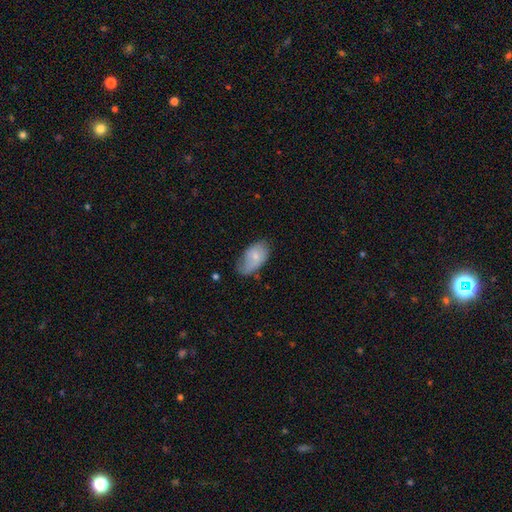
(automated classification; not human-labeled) Smooth or featured? Predicted: smooth (p=0.70). How rounded? Predicted: in between (p=0.93). Merging? Predicted: none (p=0.42).